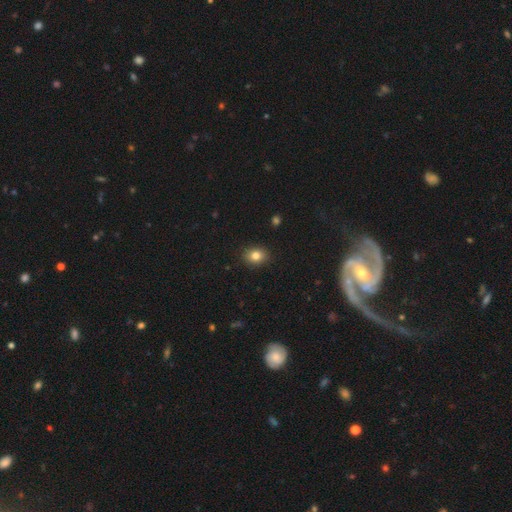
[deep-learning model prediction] Smooth or featured: smooth — 82% (star or artifact — 10%)
How rounded: round — 51% (in between — 48%)
Merging: none — 90% (minor disturbance — 7%)